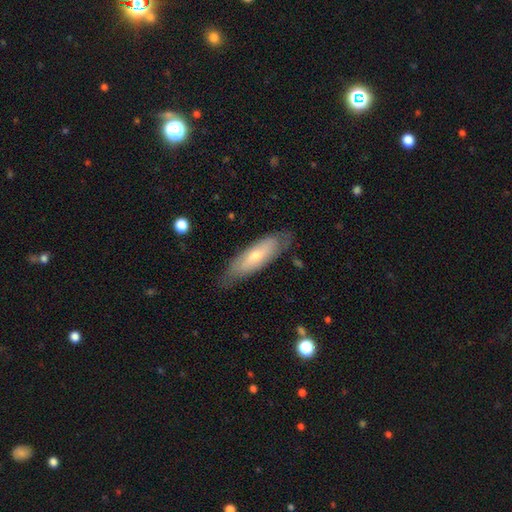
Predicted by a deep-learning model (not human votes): smooth_or_featured: smooth (p=0.49) [alt: featured or disk p=0.45]
merging: none (p=0.75) [alt: minor disturbance p=0.19]